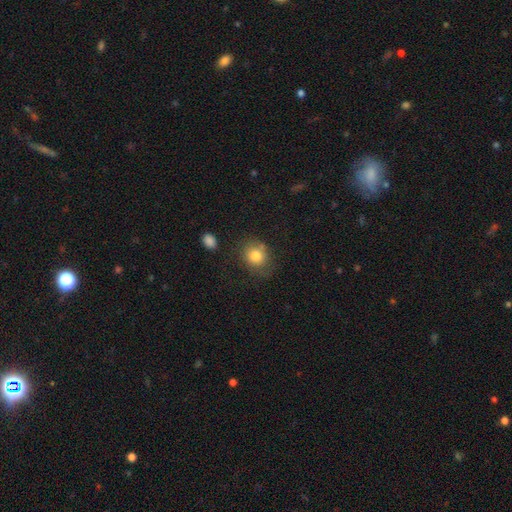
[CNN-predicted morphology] A smooth galaxy with no disk features (80%) that is round (70%).

Vote fractions:
- Smooth or featured? smooth: 80% / star or artifact: 10% / featured or disk: 9%
- How rounded? round: 70% / in between: 30% / cigar-shaped: 1%
- Merging? none: 68% / minor disturbance: 20% / major disturbance: 7% / merger: 5%